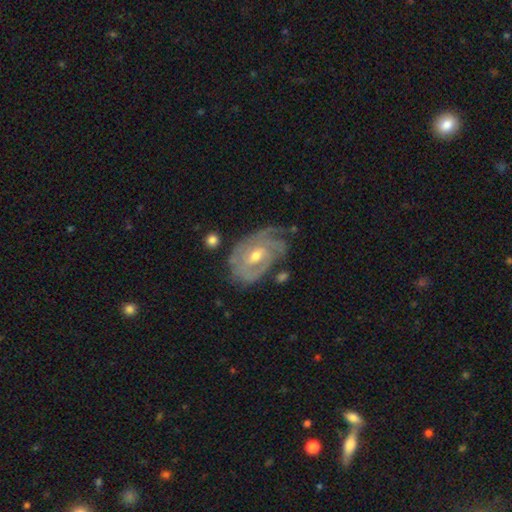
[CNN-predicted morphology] The model was most divided on "bar": no: 47%, weak: 42%, strong: 12%. Remaining: edge-on disk — no (96%); spiral arms — yes (93%); smooth or featured — featured or disk (84%); spiral winding — tight (68%); bulge size — moderate (61%); merging — none (59%); spiral arm count — can't tell (34%).